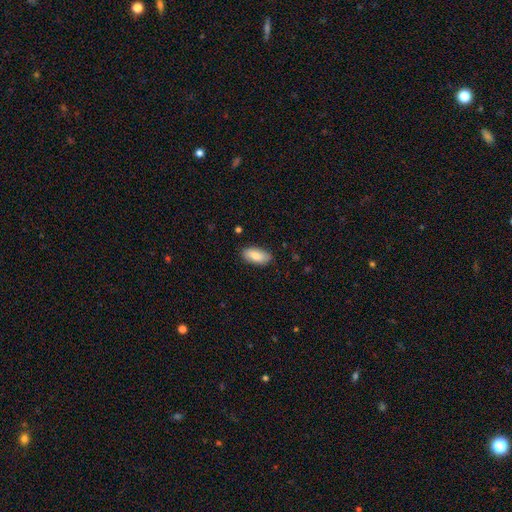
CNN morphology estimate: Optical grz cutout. It shows a smooth galaxy with no disk features (81%) that is in between round and cigar-shaped (91%). Merging: none (85%).